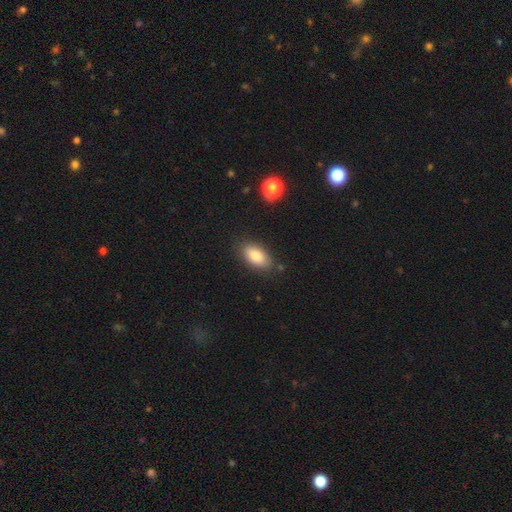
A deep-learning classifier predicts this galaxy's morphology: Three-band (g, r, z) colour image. It shows a smooth galaxy with no disk features (85%) that is in between round and cigar-shaped (91%). Merging: none (84%).